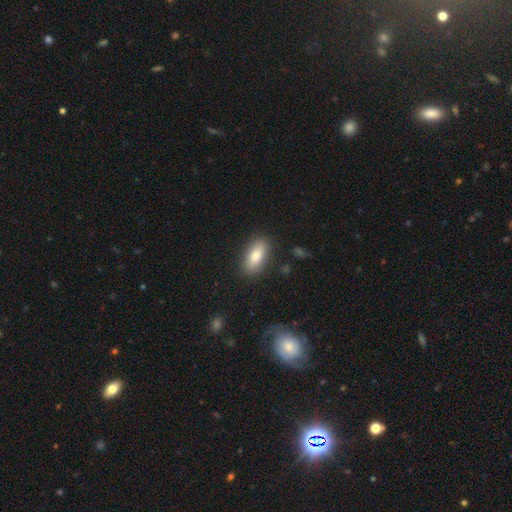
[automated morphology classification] The model was most divided on "smooth or featured": smooth: 80%, featured or disk: 13%, star or artifact: 7%. More confident: merging — none (87%); how rounded — in between (85%).